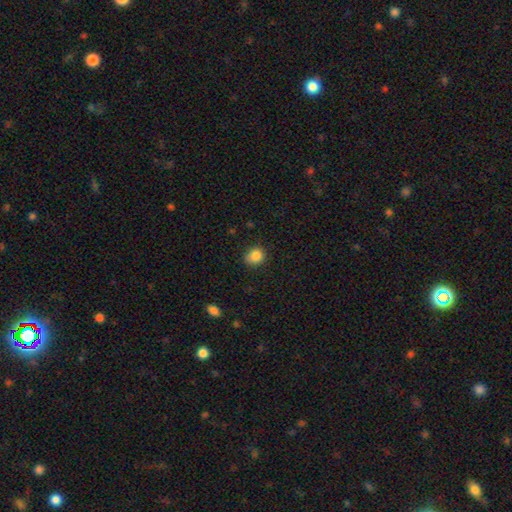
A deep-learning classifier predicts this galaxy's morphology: A smooth galaxy with no disk features (85%) that is round (74%). Merging: none (79%).